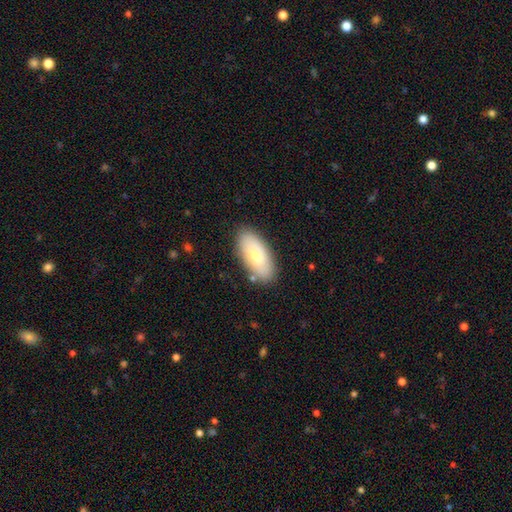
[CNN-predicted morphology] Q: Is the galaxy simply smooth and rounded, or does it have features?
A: smooth — 66%.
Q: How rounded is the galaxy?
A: in between — 91%.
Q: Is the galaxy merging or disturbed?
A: none — 84%.